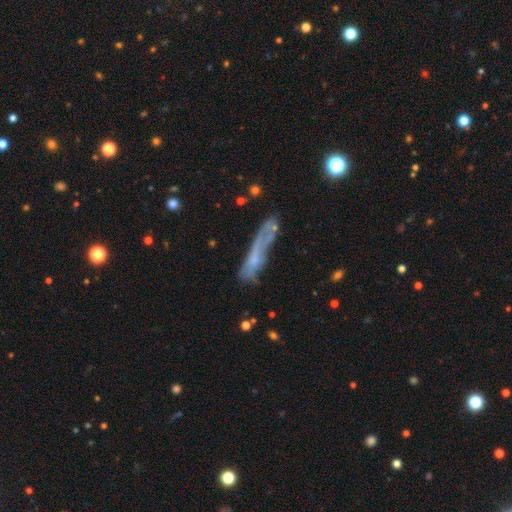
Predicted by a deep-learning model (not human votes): smooth-or-featured: featured or disk: 44% (tied) | smooth: 44% (tied) | star or artifact: 12%
  merging: none: 42% | minor disturbance: 25% | major disturbance: 24% | merger: 9%